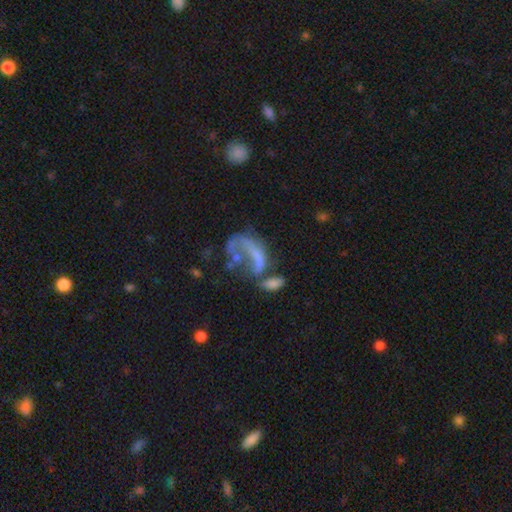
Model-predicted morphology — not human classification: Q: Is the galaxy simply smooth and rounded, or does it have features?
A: featured or disk — 54%.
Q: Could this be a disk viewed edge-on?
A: no — 95%.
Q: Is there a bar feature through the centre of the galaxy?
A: no — 77%.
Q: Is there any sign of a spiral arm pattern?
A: no — 78%.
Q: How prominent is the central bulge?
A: none — 70%.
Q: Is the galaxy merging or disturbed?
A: major disturbance — 41%.